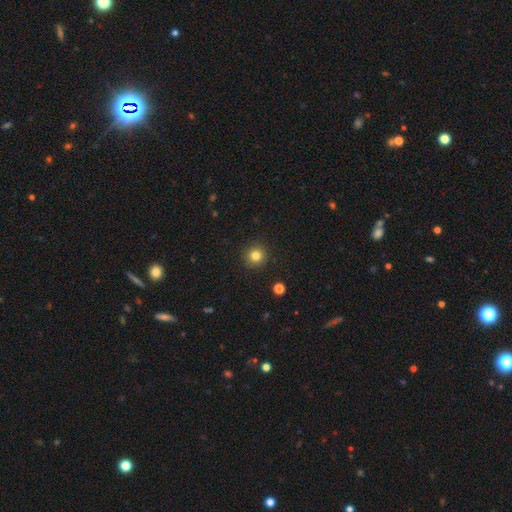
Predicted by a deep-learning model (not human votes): Smooth or featured? smooth (81%)
How rounded? round (94%)
Merging? none (91%)